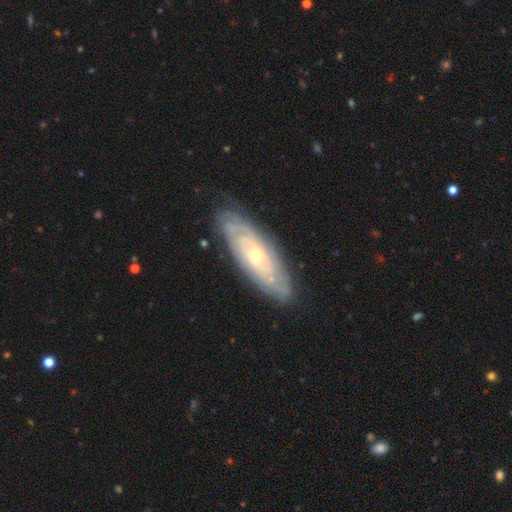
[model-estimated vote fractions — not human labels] Q: Smooth or featured?
A: featured or disk (78%); runner-up: smooth (16%)
Q: Edge-on disk?
A: no (81%); runner-up: yes (19%)
Q: Bar?
A: no (65%); runner-up: weak (29%)
Q: Spiral arms?
A: yes (89%); runner-up: no (11%)
Q: Spiral winding?
A: tight (73%); runner-up: medium (22%)
Q: Spiral arm count?
A: can't tell (59%); runner-up: 2 (17%)
Q: Bulge size?
A: moderate (54%); runner-up: small (39%)
Q: Merging?
A: none (80%); runner-up: minor disturbance (15%)